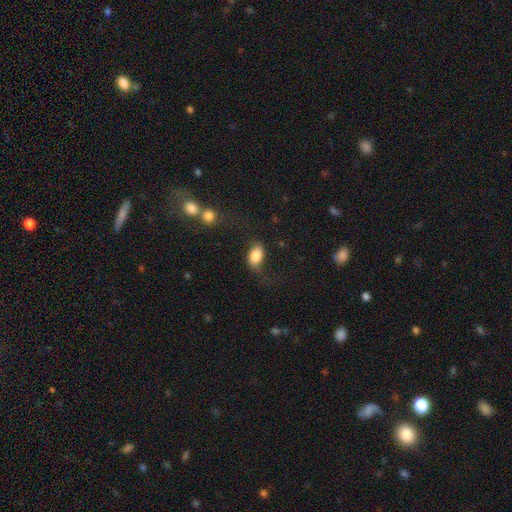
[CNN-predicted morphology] type=smooth (77%); roundness=in between (88%); merging=none (58%).